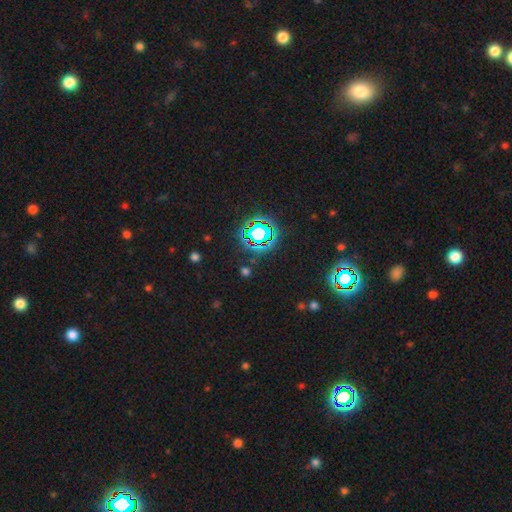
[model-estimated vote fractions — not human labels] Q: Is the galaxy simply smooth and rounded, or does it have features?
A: star or artifact — 77%.